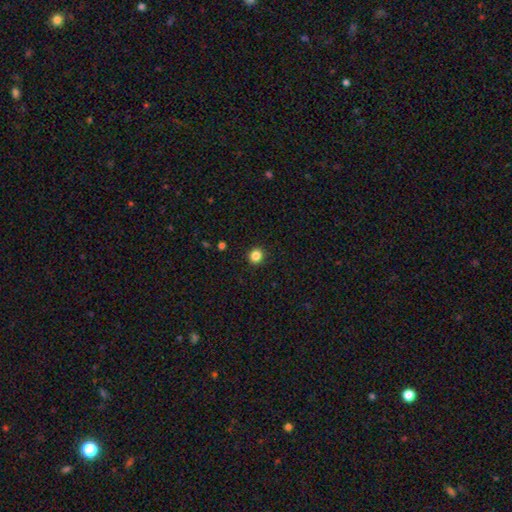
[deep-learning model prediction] A smooth galaxy with no disk features (85%) that is round (90%). Merging: none (93%).